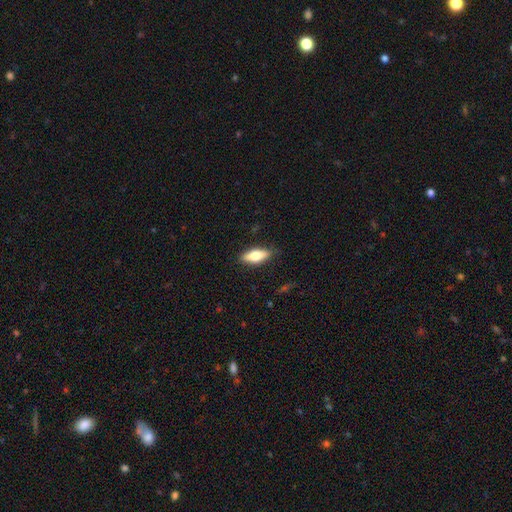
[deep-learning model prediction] Smooth or featured? Predicted: smooth (p=0.64). How rounded? Predicted: in between (p=0.68). Merging? Predicted: none (p=0.84).